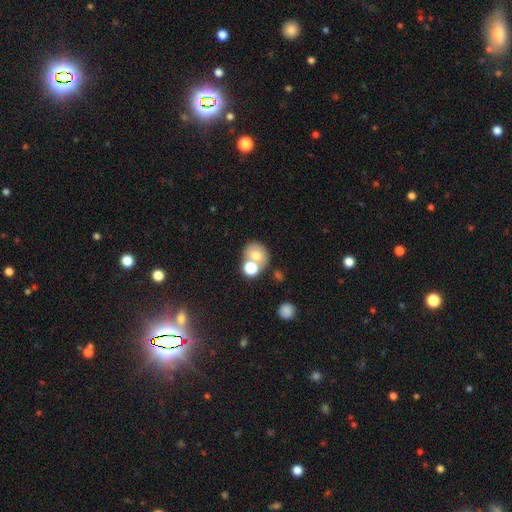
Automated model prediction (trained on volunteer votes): Smooth or featured: smooth — 69% (featured or disk — 18%)
How rounded: round — 69% (in between — 30%)
Merging: none — 45% (merger — 41%)